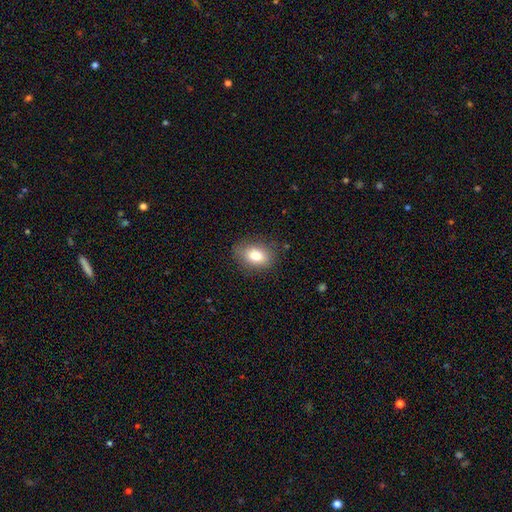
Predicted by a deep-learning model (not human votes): smooth_or_featured: smooth (p=0.78) [alt: featured or disk p=0.12]
how_rounded: in between (p=0.76) [alt: round p=0.22]
merging: none (p=0.82) [alt: minor disturbance p=0.13]